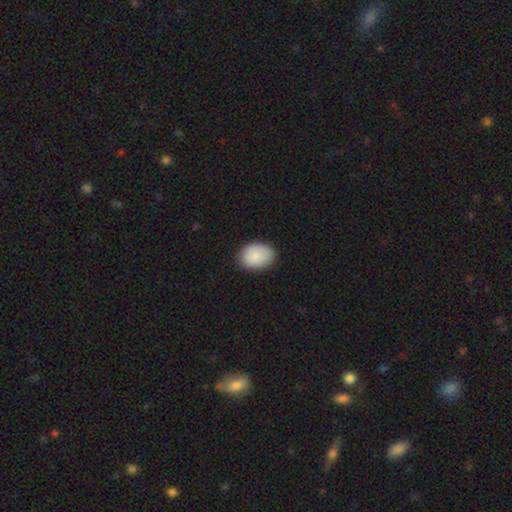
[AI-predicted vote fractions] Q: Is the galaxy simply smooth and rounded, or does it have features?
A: smooth — 89%.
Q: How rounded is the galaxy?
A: in between — 74%.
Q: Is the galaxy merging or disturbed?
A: none — 86%.